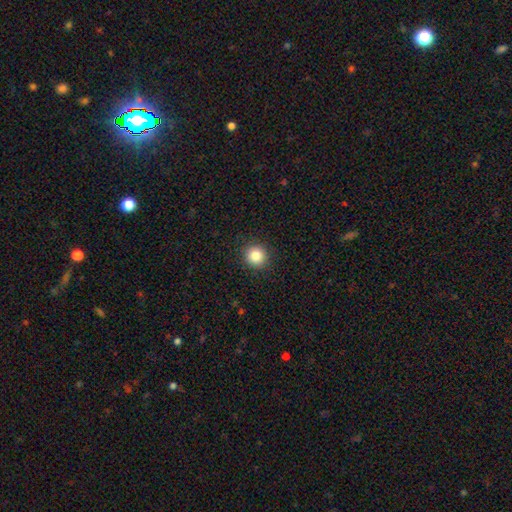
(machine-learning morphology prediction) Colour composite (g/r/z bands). It shows a smooth galaxy with no disk features (85%) that is round (94%). Merging: none (92%).